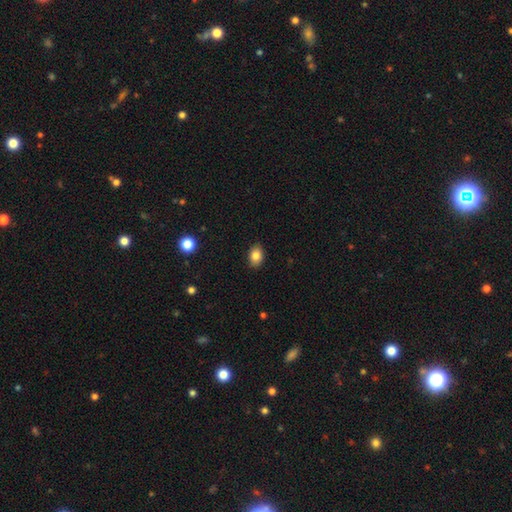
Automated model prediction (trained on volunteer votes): Smooth or featured?
  - smooth: 84% *
  - star or artifact: 9%
  - featured or disk: 7%
How rounded?
  - in between: 76% *
  - round: 22%
  - cigar-shaped: 1%
Merging?
  - none: 88% *
  - minor disturbance: 9%
  - major disturbance: 2%
  - merger: 1%